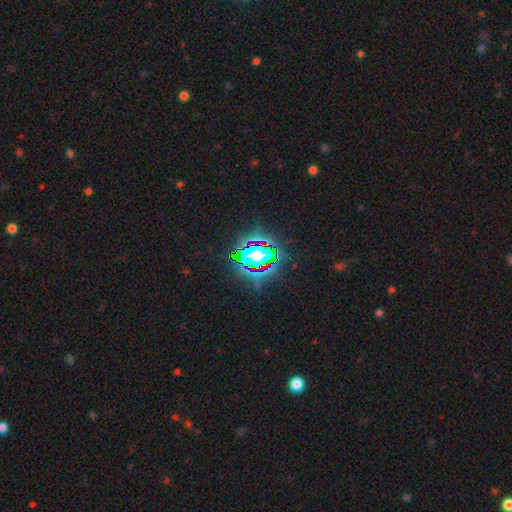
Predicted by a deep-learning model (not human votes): star or artifact 83%, smooth 10%, featured or disk 7%.